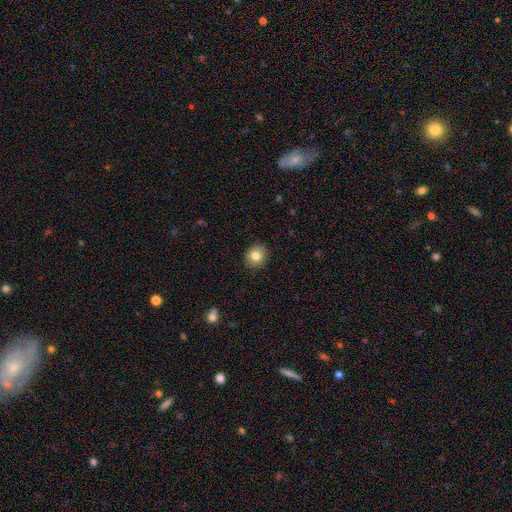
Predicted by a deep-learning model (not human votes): smooth 80%, featured or disk 10%, star or artifact 10%. Down the decision tree: how rounded — round (81%); merging — none (90%).